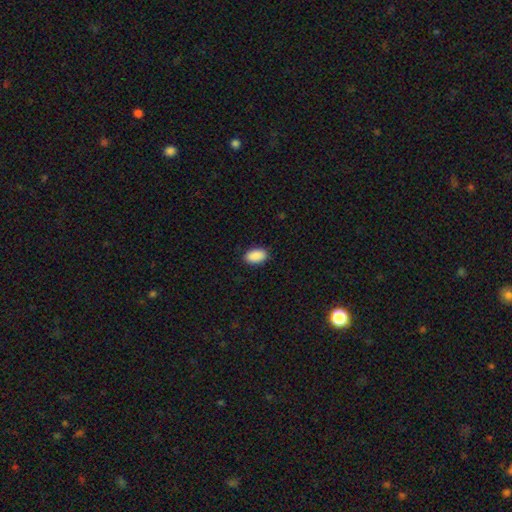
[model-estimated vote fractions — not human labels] Smooth or featured?
  - smooth: 91% *
  - star or artifact: 7%
  - featured or disk: 3%
How rounded?
  - in between: 93% *
  - round: 5%
  - cigar-shaped: 1%
Merging?
  - none: 89% *
  - minor disturbance: 8%
  - major disturbance: 2%
  - merger: 1%